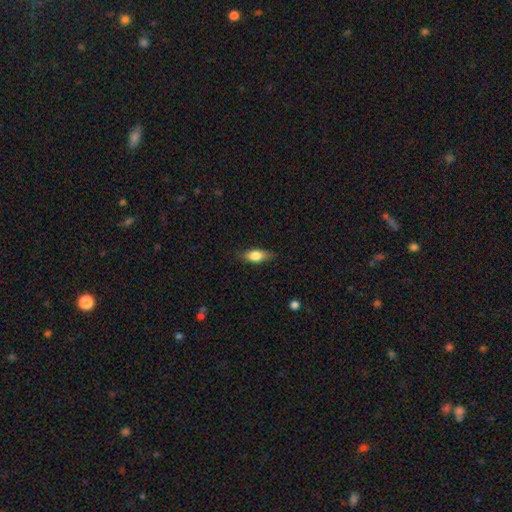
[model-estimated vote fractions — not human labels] A smooth galaxy with no disk features (72%) that is in between round and cigar-shaped (75%).

Vote fractions:
- Smooth or featured? smooth: 72% / featured or disk: 21% / star or artifact: 7%
- How rounded? in between: 75% / cigar-shaped: 20% / round: 5%
- Merging? none: 81% / minor disturbance: 15% / major disturbance: 3% / merger: 1%